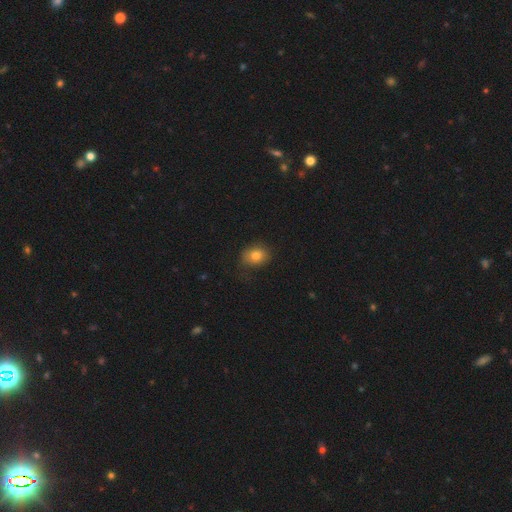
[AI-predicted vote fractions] Smooth or featured?
  - smooth: 81% *
  - star or artifact: 10%
  - featured or disk: 9%
How rounded?
  - in between: 50% *
  - round: 49%
  - cigar-shaped: 1%
Merging?
  - none: 73% *
  - minor disturbance: 20%
  - major disturbance: 6%
  - merger: 1%